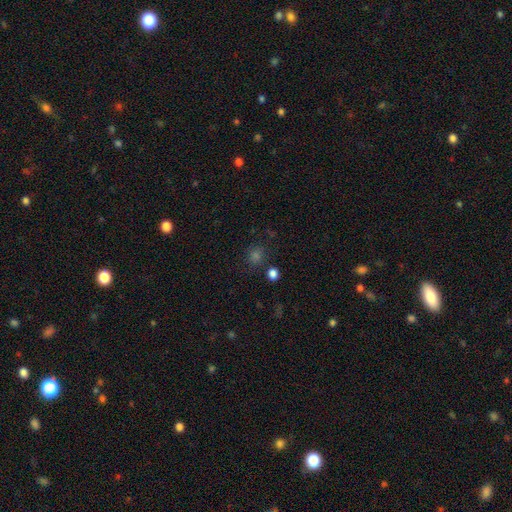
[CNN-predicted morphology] smooth-or-featured: smooth: 64% | star or artifact: 30% | featured or disk: 6%
  how-rounded: round: 85% | in between: 14% | cigar-shaped: 1%
  merging: none: 81% | minor disturbance: 10% | merger: 5% | major disturbance: 4%